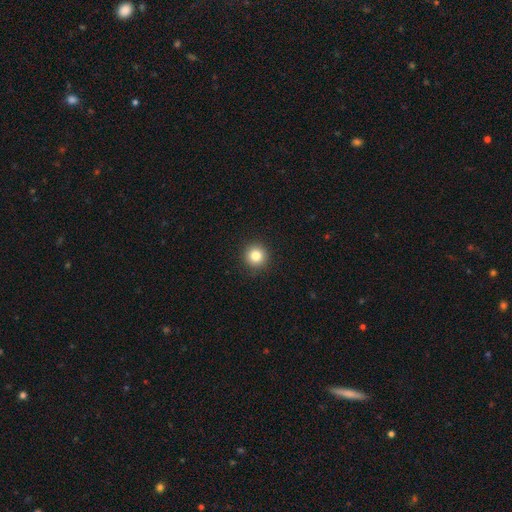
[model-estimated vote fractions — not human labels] This appears to be a smooth galaxy with no disk features (83%) that is round (95%). Merging: none (92%).